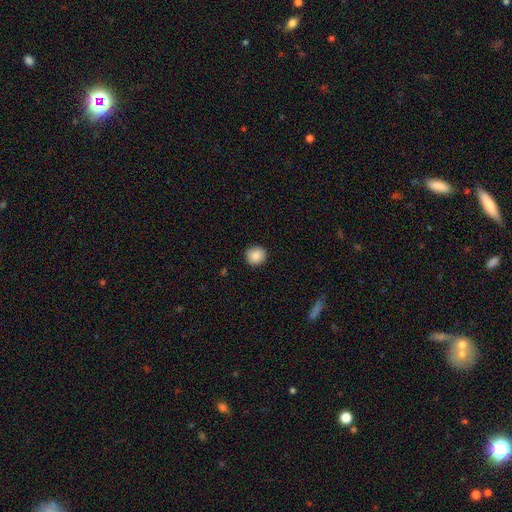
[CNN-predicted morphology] Smooth or featured? smooth (88%)
How rounded? round (90%)
Merging? none (90%)